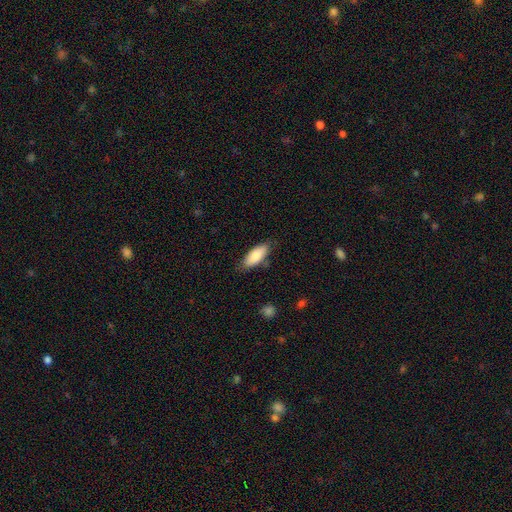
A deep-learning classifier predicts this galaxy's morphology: Smooth or featured: smooth — 84% (featured or disk — 10%)
How rounded: in between — 79% (cigar-shaped — 19%)
Merging: none — 80% (minor disturbance — 15%)